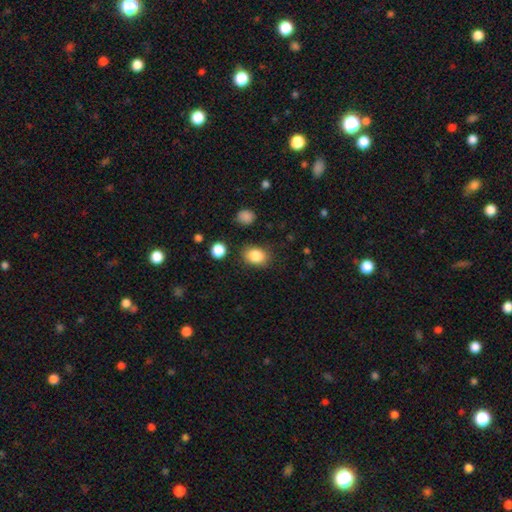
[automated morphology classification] This is clearly a smooth galaxy (85%). How rounded: likely in between (61%). Merging: clearly none (82%).